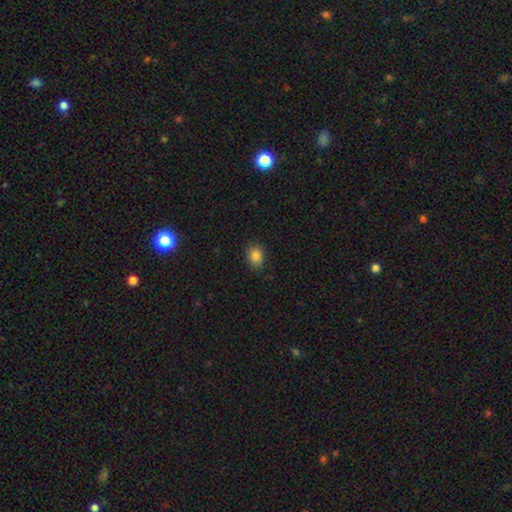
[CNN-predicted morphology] Smooth or featured? smooth (85%)
How rounded? in between (57%)
Merging? none (85%)